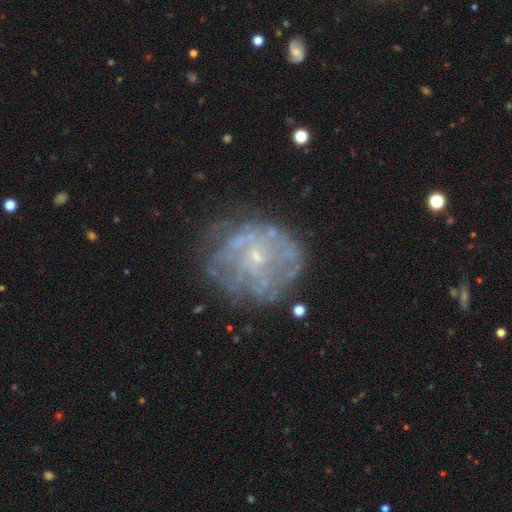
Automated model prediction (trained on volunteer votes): This appears to be a featured or disk galaxy (69%) with no bar (77%), no spiral arms (56%) and a small central bulge (72%). Merging: none (61%).